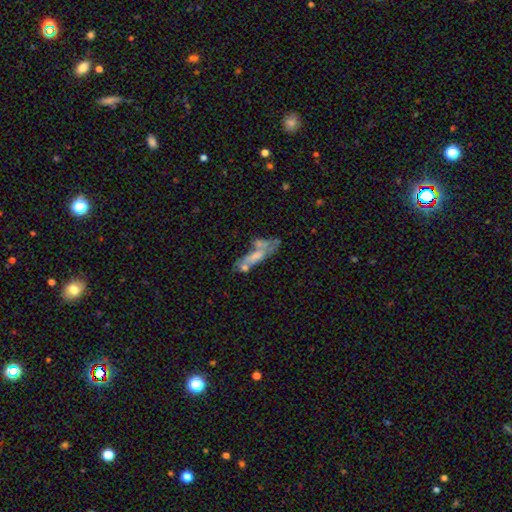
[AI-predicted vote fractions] featured or disk 47%, smooth 41%, star or artifact 13%. Down the decision tree: merging — none (37%).